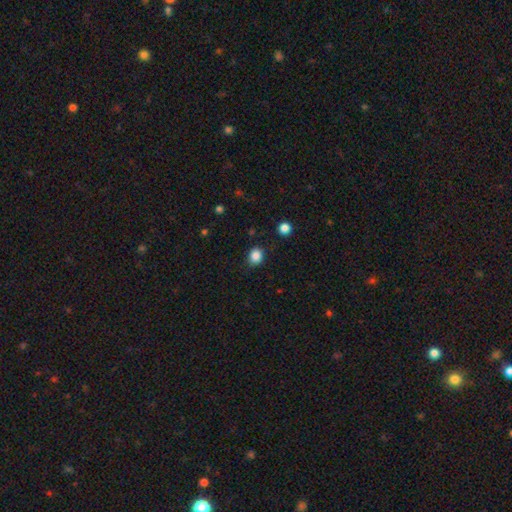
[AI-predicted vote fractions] This is clearly a smooth galaxy (85%). How rounded: likely round (66%). Merging: clearly none (85%).